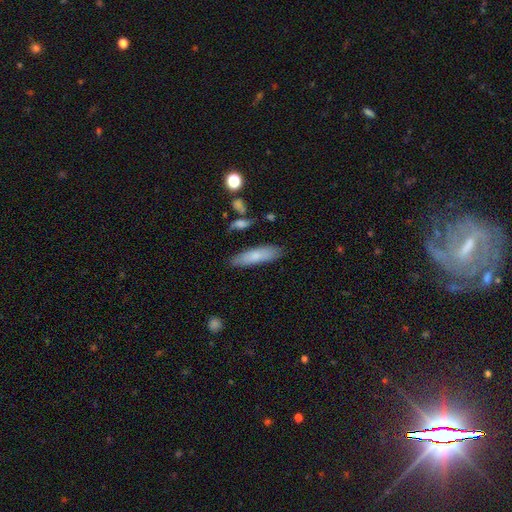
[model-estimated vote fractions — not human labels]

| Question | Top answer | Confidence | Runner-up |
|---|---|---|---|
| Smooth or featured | smooth | 75% | featured or disk (19%) |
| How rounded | cigar-shaped | 66% | in between (32%) |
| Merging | none | 81% | minor disturbance (13%) |